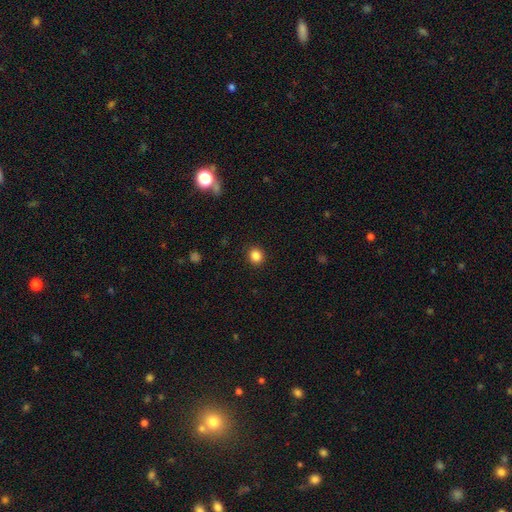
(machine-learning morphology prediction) A smooth galaxy with no disk features (86%) that is round (80%).

Vote fractions:
- Smooth or featured? smooth: 86% / star or artifact: 11% / featured or disk: 4%
- How rounded? round: 80% / in between: 19% / cigar-shaped: 1%
- Merging? none: 91% / minor disturbance: 6% / major disturbance: 2% / merger: 1%